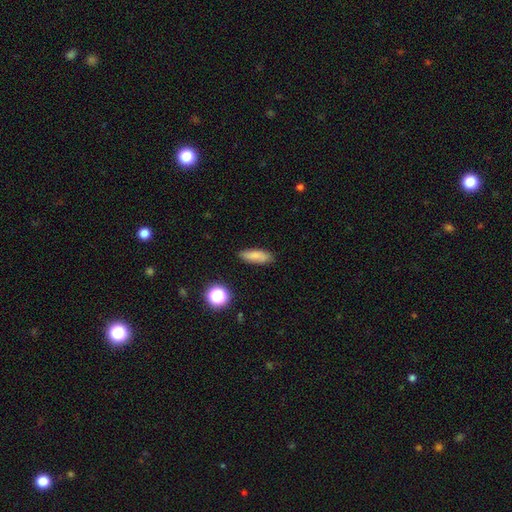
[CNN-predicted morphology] Smooth or featured? Predicted: smooth (p=0.81). How rounded? Predicted: in between (p=0.61). Merging? Predicted: none (p=0.84).